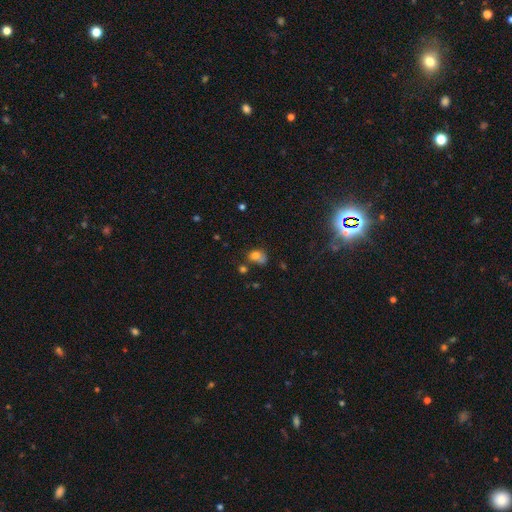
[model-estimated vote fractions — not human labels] Morphology: type=smooth (73%); roundness=in between (60%); merging=none (34%).